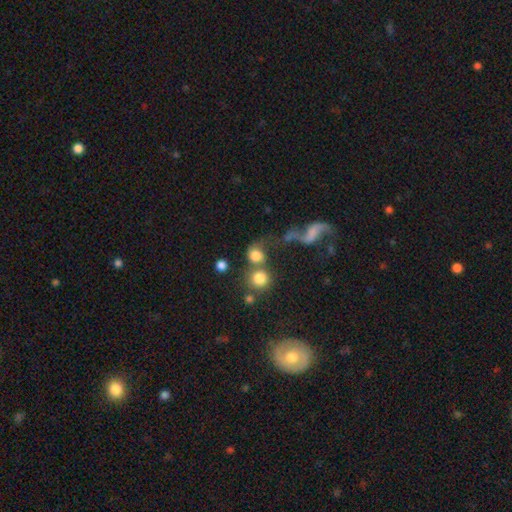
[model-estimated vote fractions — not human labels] Morphology: type=smooth (74%); roundness=round (79%); merging=merger (43%).